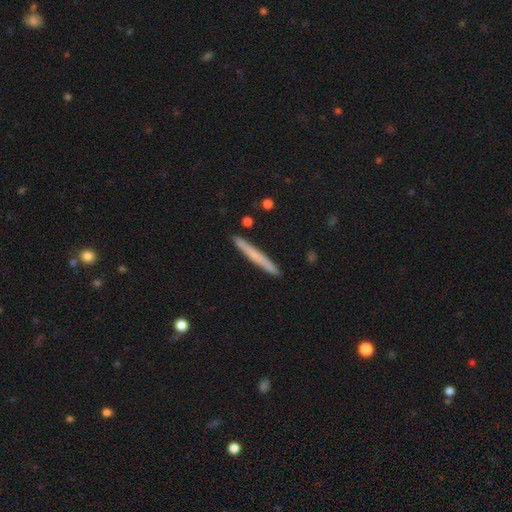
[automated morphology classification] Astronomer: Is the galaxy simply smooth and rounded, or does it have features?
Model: smooth — 63%.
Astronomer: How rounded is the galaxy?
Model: cigar-shaped — 97%.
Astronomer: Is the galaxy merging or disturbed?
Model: none — 90%.